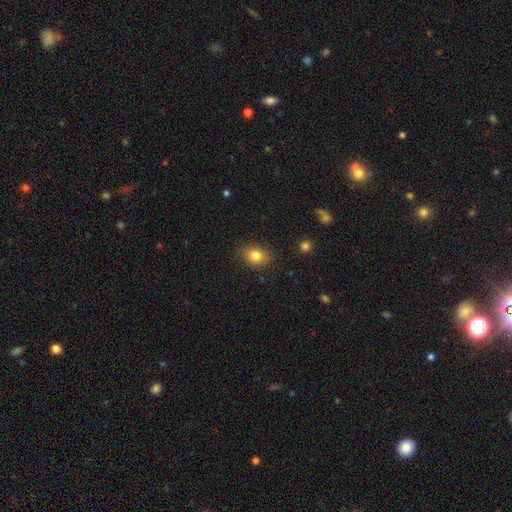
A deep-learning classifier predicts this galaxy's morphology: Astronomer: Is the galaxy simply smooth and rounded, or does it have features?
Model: smooth — 82%.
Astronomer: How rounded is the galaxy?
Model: in between — 50% (runner-up: round, 49%).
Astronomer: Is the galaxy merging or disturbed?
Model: none — 86%.